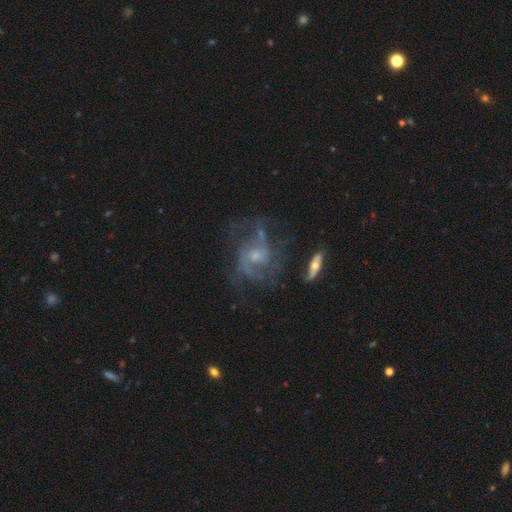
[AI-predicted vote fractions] This appears to be a featured or disk galaxy (79%) with no bar (61%), 2 (45%) medium (47%) spiral arms (84%) and a small central bulge (48%). Merging: none (52%).